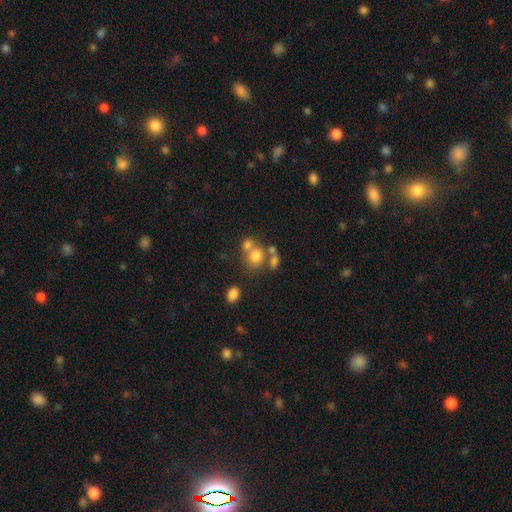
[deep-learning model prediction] Smooth or featured: smooth — 71% (featured or disk — 15%)
How rounded: round — 71% (in between — 28%)
Merging: merger — 43% (none — 41%)